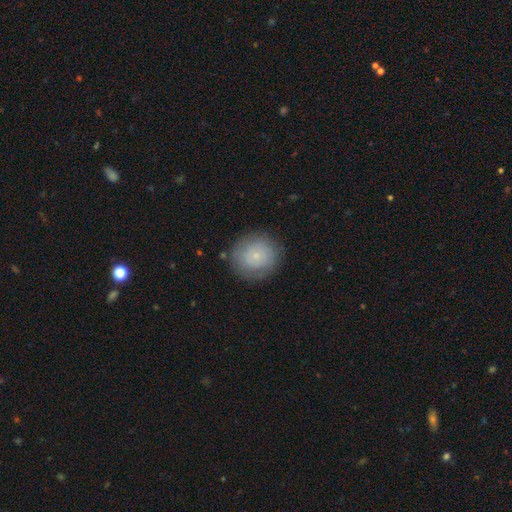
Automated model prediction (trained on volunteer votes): Smooth or featured? Predicted: smooth (p=0.72). How rounded? Predicted: round (p=0.88). Merging? Predicted: none (p=0.82).